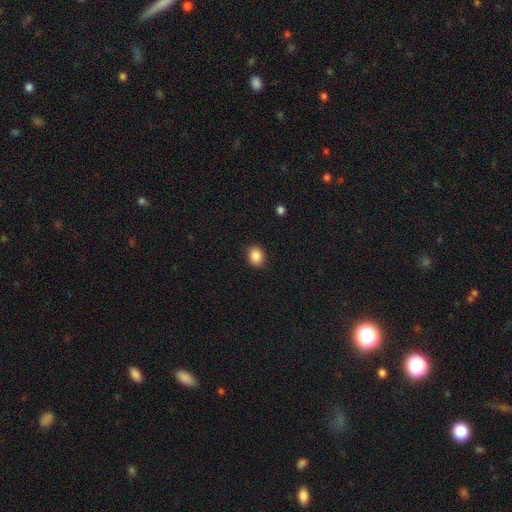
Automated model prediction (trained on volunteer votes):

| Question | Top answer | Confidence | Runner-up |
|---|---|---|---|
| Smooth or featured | smooth | 87% | star or artifact (9%) |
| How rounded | round | 55% | in between (44%) |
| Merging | none | 89% | minor disturbance (7%) |